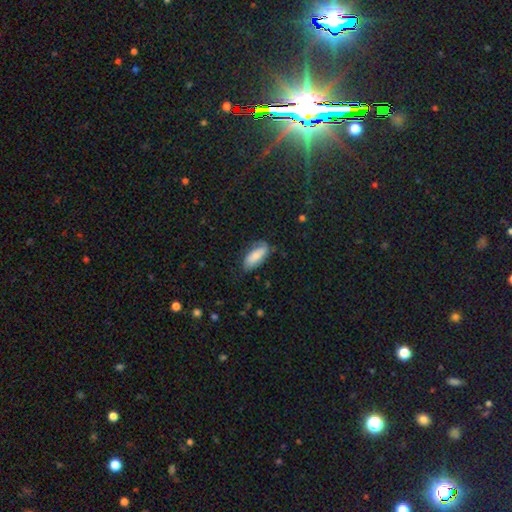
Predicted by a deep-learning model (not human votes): A smooth galaxy with no disk features (75%) that is in between round and cigar-shaped (83%).

Vote fractions:
- Smooth or featured? smooth: 75% / featured or disk: 18% / star or artifact: 6%
- How rounded? in between: 83% / cigar-shaped: 15% / round: 2%
- Merging? none: 67% / minor disturbance: 25% / major disturbance: 7% / merger: 2%